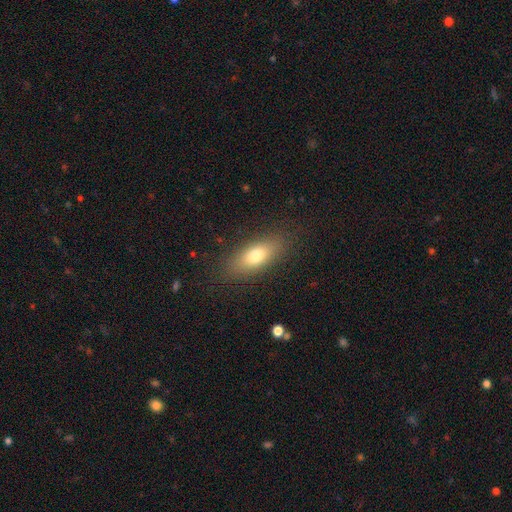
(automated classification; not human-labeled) Smooth or featured? smooth (74%)
How rounded? in between (73%)
Merging? none (85%)